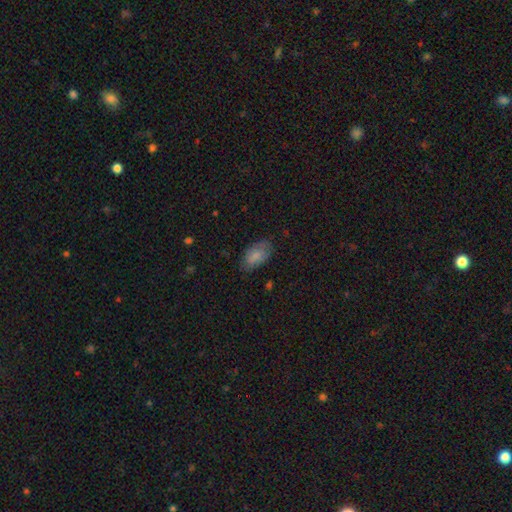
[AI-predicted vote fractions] This is likely a smooth galaxy (79%). How rounded: clearly in between (94%). Merging: likely none (72%).